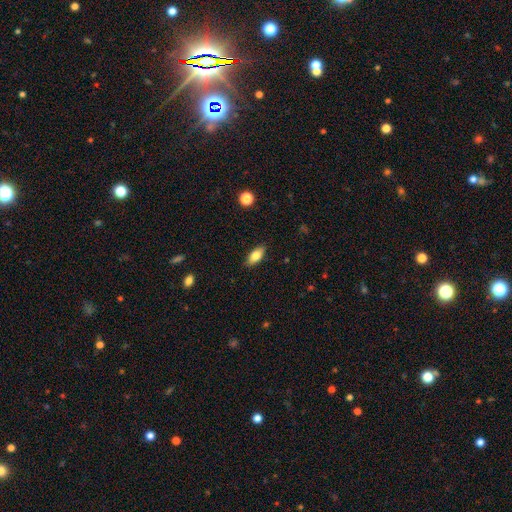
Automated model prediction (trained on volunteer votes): Smooth or featured? smooth (77%)
How rounded? in between (84%)
Merging? none (86%)